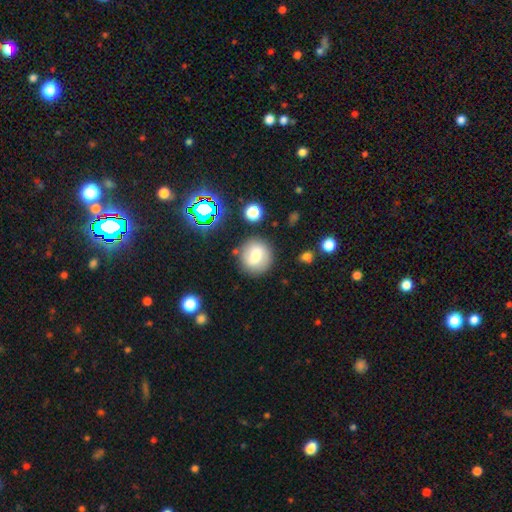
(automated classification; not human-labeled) Smooth or featured?
  - smooth: 66% *
  - featured or disk: 22%
  - star or artifact: 12%
How rounded?
  - round: 85% *
  - in between: 14%
  - cigar-shaped: 1%
Merging?
  - none: 80% *
  - minor disturbance: 11%
  - merger: 5%
  - major disturbance: 4%